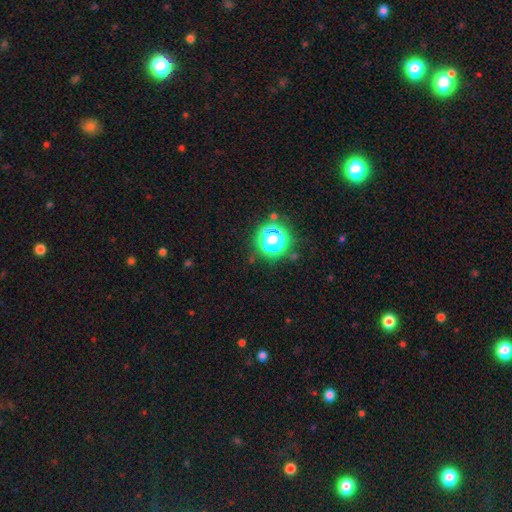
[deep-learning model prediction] Smooth or featured?
  - star or artifact: 78% *
  - smooth: 16%
  - featured or disk: 6%